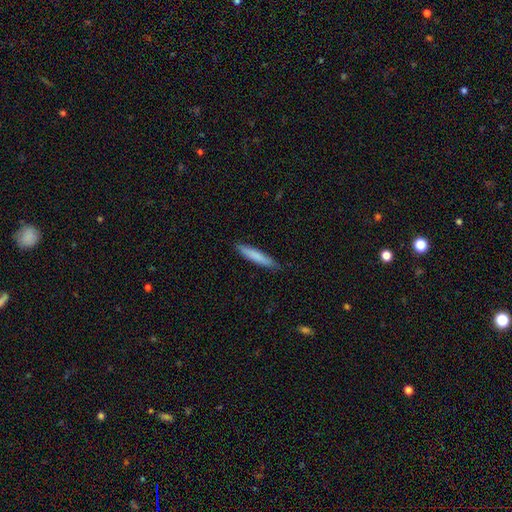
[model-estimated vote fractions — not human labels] A smooth galaxy with no disk features (78%) that is cigar-shaped (92%). Merging: none (86%).